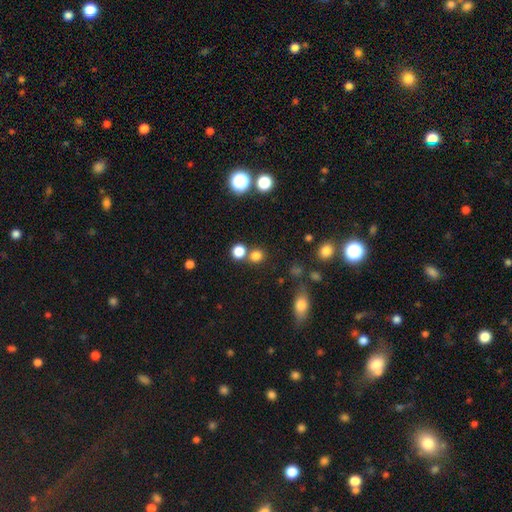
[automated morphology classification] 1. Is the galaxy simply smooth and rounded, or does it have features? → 77% smooth, 17% star or artifact, 6% featured or disk.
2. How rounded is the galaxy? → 86% round, 13% in between, 1% cigar-shaped.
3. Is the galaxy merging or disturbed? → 67% none, 23% merger, 7% minor disturbance, 3% major disturbance.